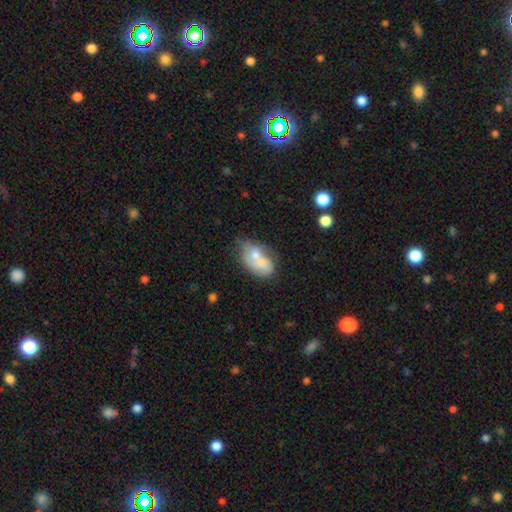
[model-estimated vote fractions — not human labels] A smooth galaxy with no disk features (54%) that is in between round and cigar-shaped (87%).

Vote fractions:
- Smooth or featured? smooth: 54% / featured or disk: 37% / star or artifact: 8%
- How rounded? in between: 87% / round: 11% / cigar-shaped: 2%
- Merging? merger: 42% / none: 29% / minor disturbance: 19% / major disturbance: 9%